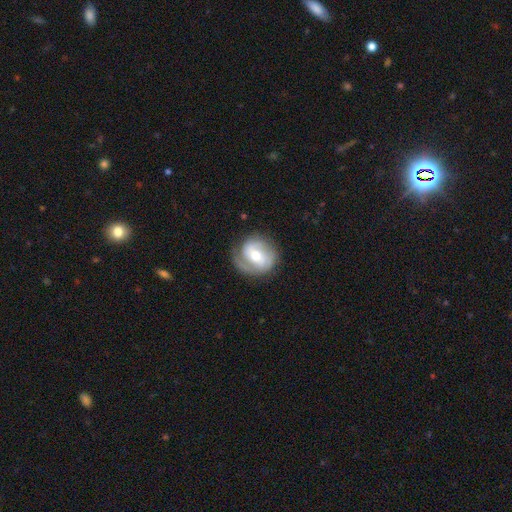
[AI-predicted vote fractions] This is likely a featured or disk galaxy (77%). It is clearly not viewed edge-on (97%). Bar: marginally weak (44%). Spiral arm pattern: clearly yes (92%). Spiral arm count: possibly 2 (59%). Spiral winding: possibly tight (45%). Central bulge: likely moderate (67%). Merging: likely none (73%).